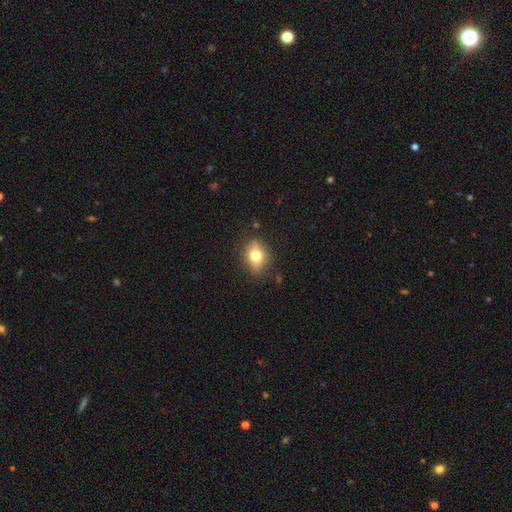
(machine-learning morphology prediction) A smooth galaxy with no disk features (78%) that is in between round and cigar-shaped (62%). Merging: none (84%).